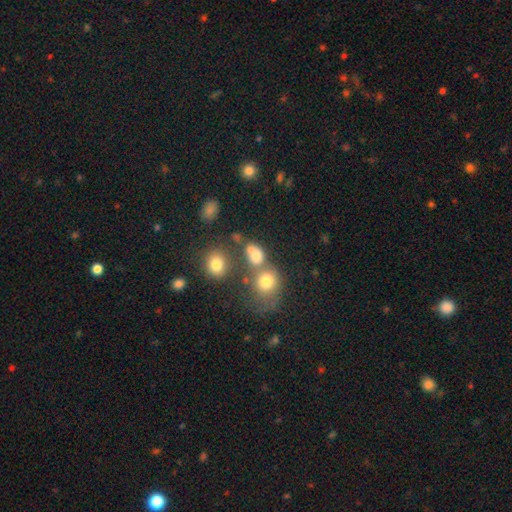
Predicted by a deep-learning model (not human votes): smooth 70%, star or artifact 18%, featured or disk 13%. Down the decision tree: how rounded — round (56%); merging — merger (41%).